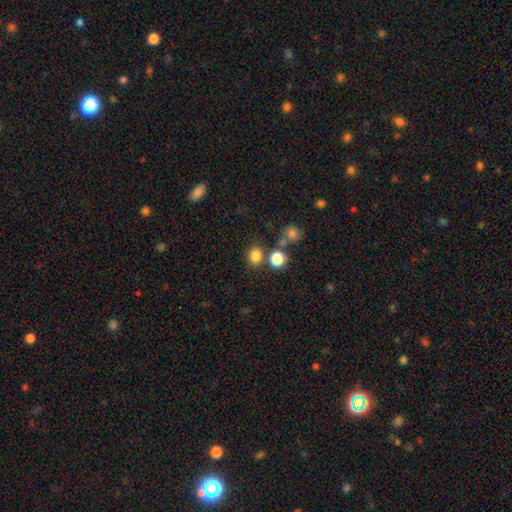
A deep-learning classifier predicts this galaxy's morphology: A smooth galaxy with no disk features (81%) that is round (64%). Merging: none (73%).